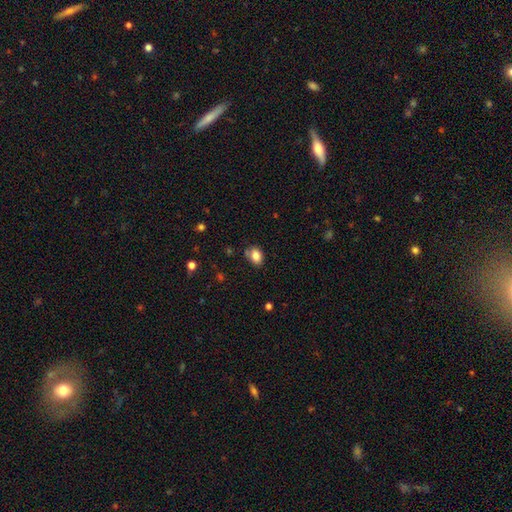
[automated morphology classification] This appears to be a smooth galaxy with no disk features (84%) that is in between round and cigar-shaped (72%). Merging: none (72%).